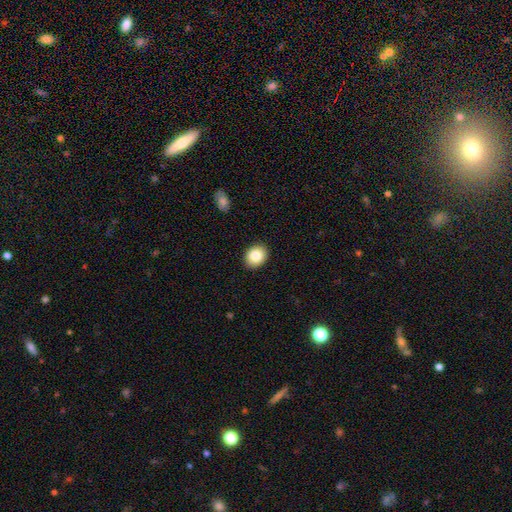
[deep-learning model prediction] smooth_or_featured: smooth (p=0.85) [alt: star or artifact p=0.08]
how_rounded: in between (p=0.53) [alt: round p=0.46]
merging: none (p=0.90) [alt: minor disturbance p=0.07]